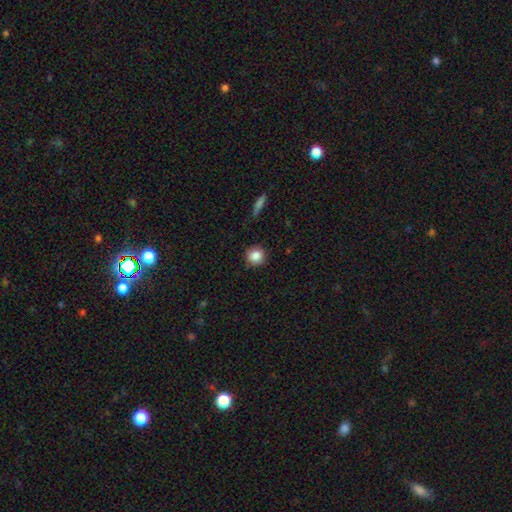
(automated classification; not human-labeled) Smooth or featured? smooth (85%)
How rounded? round (93%)
Merging? none (88%)